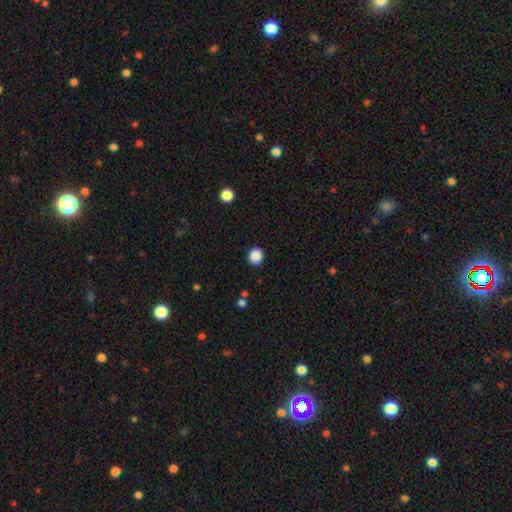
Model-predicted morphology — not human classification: smooth-or-featured: smooth: 88% | star or artifact: 9% | featured or disk: 3%
  how-rounded: round: 76% | in between: 23% | cigar-shaped: 1%
  merging: none: 91% | minor disturbance: 6% | major disturbance: 2% | merger: 1%